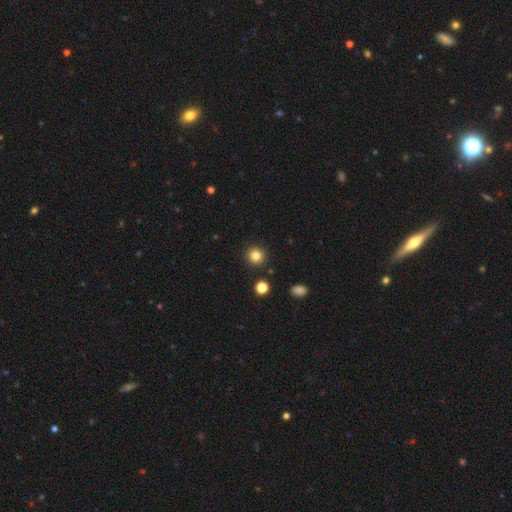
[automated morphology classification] Smooth or featured?
  - smooth: 83% *
  - star or artifact: 12%
  - featured or disk: 5%
How rounded?
  - round: 92% *
  - in between: 7%
  - cigar-shaped: 1%
Merging?
  - none: 91% *
  - minor disturbance: 5%
  - merger: 2%
  - major disturbance: 2%